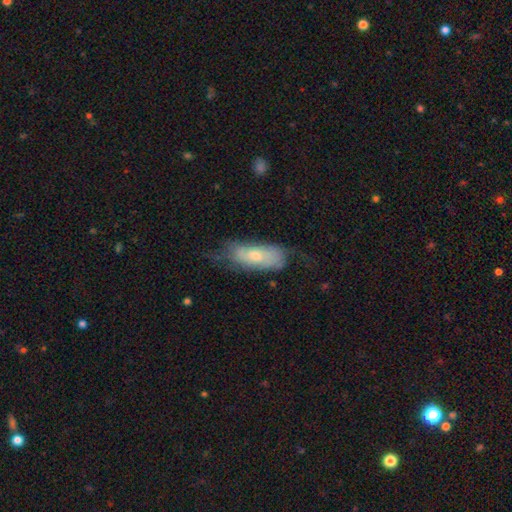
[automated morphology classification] Smooth or featured? Predicted: smooth (p=0.48). Merging? Predicted: none (p=0.49).